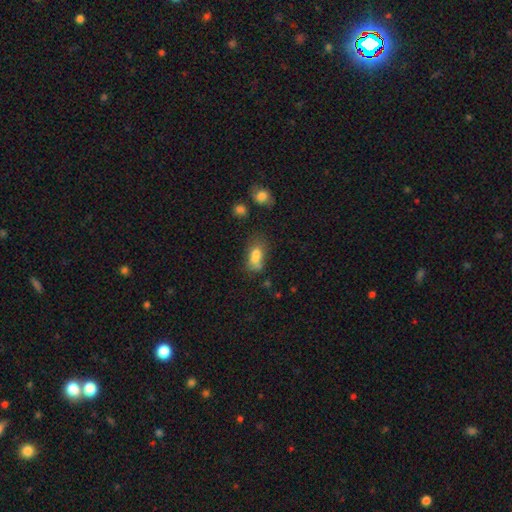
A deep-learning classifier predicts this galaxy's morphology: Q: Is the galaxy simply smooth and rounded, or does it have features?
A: smooth — 73%.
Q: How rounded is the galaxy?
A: in between — 82%.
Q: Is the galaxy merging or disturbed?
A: none — 35%.